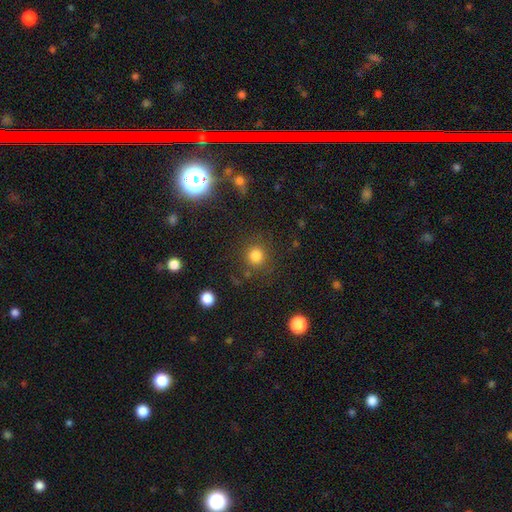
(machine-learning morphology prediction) Q: Smooth or featured?
A: smooth (80%); runner-up: star or artifact (14%)
Q: How rounded?
A: round (91%); runner-up: in between (8%)
Q: Merging?
A: none (82%); runner-up: minor disturbance (9%)